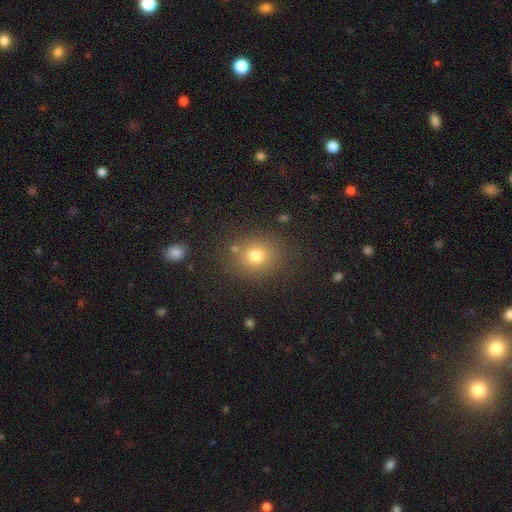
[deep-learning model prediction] This is likely a smooth galaxy (76%). How rounded: likely round (76%). Merging: clearly none (82%).